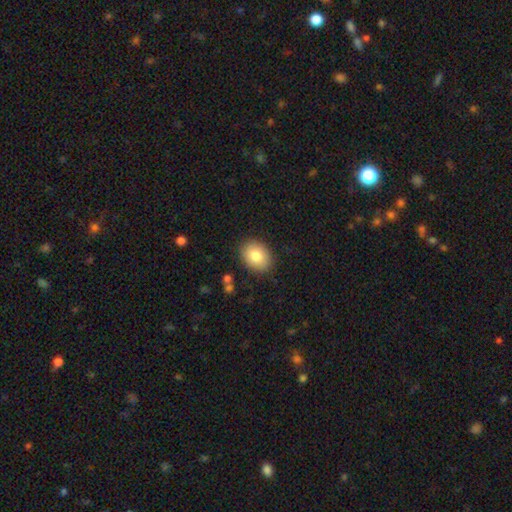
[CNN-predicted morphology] Smooth or featured?
  - smooth: 82% *
  - featured or disk: 10%
  - star or artifact: 8%
How rounded?
  - in between: 64% *
  - round: 35%
  - cigar-shaped: 1%
Merging?
  - none: 87% *
  - minor disturbance: 9%
  - major disturbance: 2%
  - merger: 1%